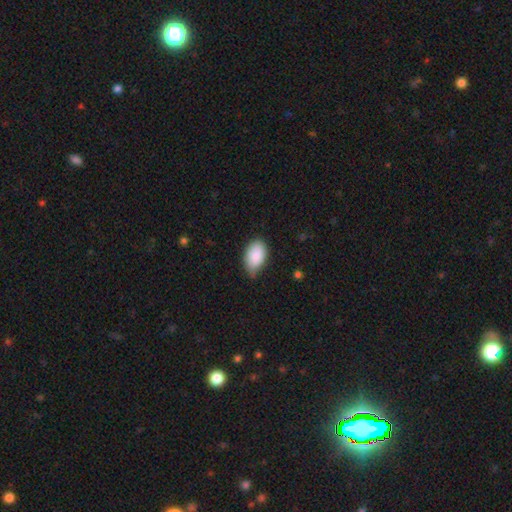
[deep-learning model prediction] Morphology: type=smooth (88%); roundness=in between (93%); merging=none (61%).